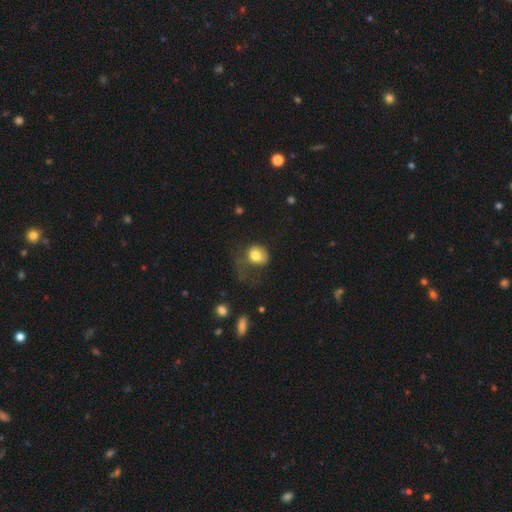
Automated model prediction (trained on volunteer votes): Smooth or featured? smooth (78%)
How rounded? round (59%)
Merging? major disturbance (45%)